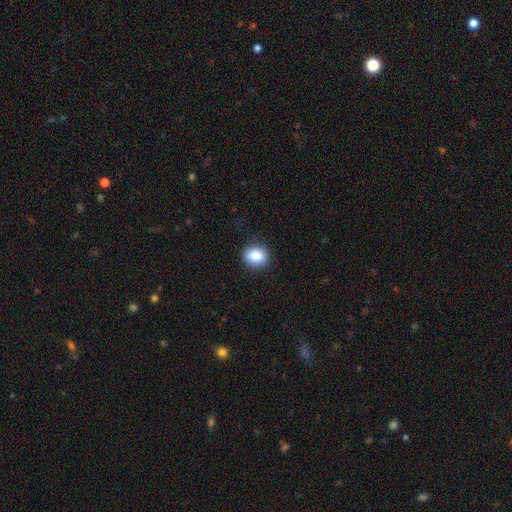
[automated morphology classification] Overall: smooth (86%). How rounded: round (64%; in between 35%). Merging: none (88%).